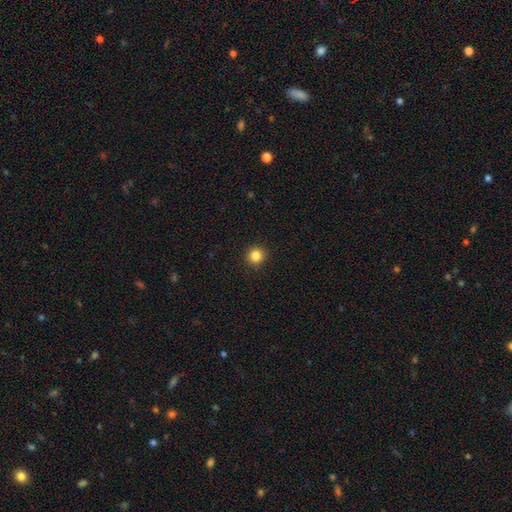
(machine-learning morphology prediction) The model was most divided on "smooth or featured": smooth: 84%, star or artifact: 11%, featured or disk: 4%. More confident: how rounded — round (94%); merging — none (93%).